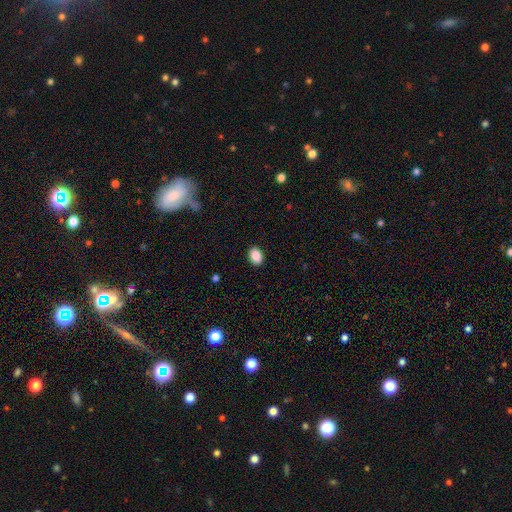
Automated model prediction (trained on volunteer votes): Smooth or featured? Predicted: smooth (p=0.89). How rounded? Predicted: in between (p=0.73). Merging? Predicted: none (p=0.90).